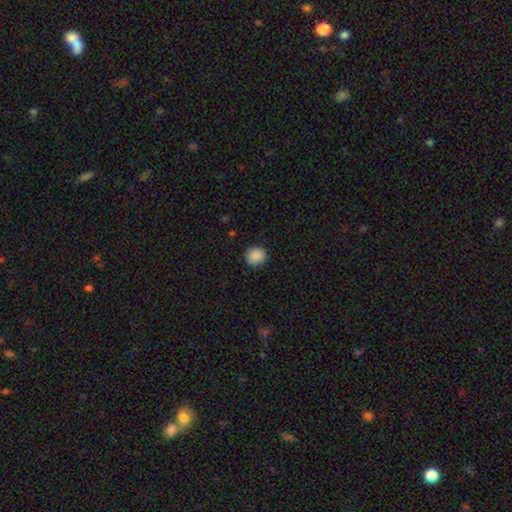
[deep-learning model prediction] This is clearly a smooth galaxy (89%). How rounded: clearly round (88%). Merging: clearly none (89%).